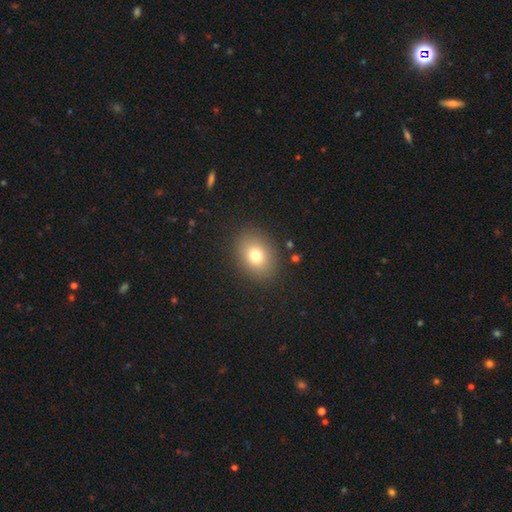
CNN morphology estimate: Smooth or featured? smooth (76%)
How rounded? in between (53%)
Merging? none (88%)